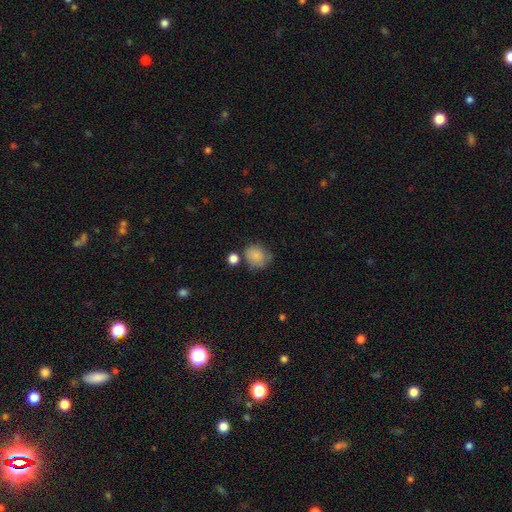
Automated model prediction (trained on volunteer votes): A smooth galaxy with no disk features (81%) that is round (70%). Merging: none (57%).